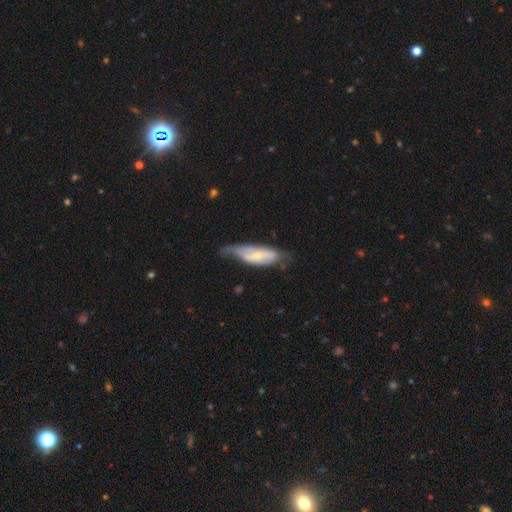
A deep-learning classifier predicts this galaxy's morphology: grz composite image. It shows a featured or disk galaxy (56%). Merging: none (44%).